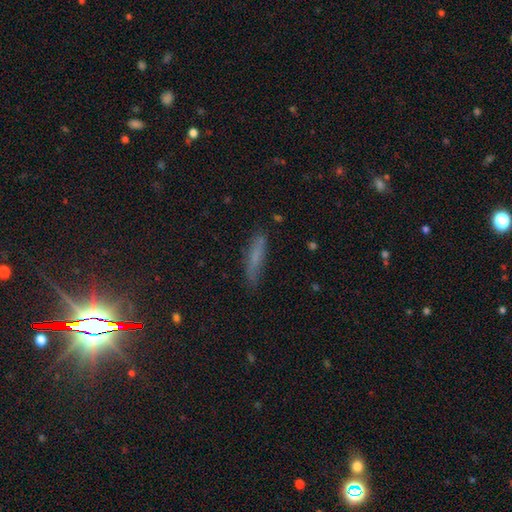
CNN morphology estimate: smooth 67%, featured or disk 20%, star or artifact 13%. Down the decision tree: how rounded — cigar-shaped (80%); merging — none (75%).